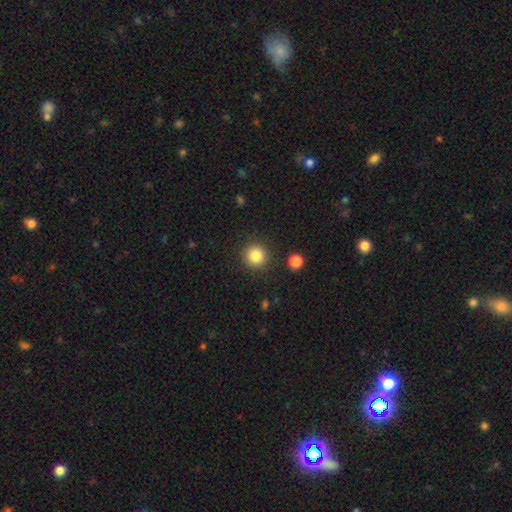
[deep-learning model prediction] Smooth or featured? Predicted: smooth (p=0.85). How rounded? Predicted: round (p=0.94). Merging? Predicted: none (p=0.89).